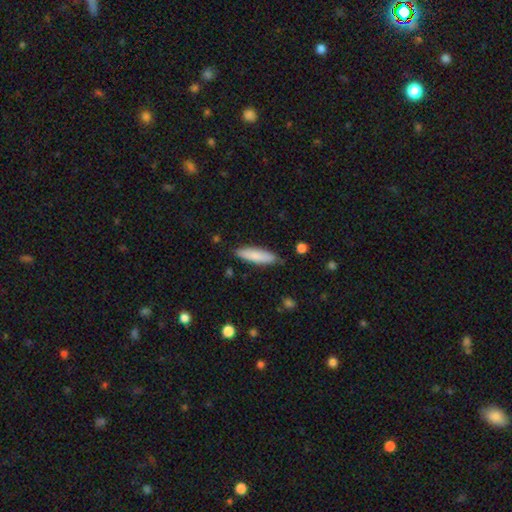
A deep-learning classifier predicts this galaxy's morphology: smooth 82%, featured or disk 12%, star or artifact 6%. Down the decision tree: how rounded — cigar-shaped (71%); merging — none (85%).